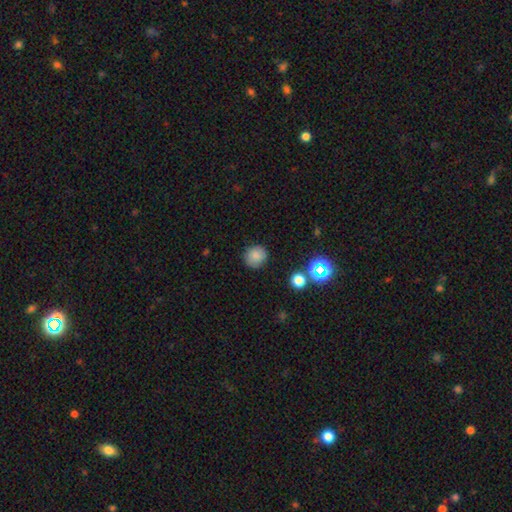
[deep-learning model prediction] A smooth galaxy with no disk features (83%) that is round (87%).

Vote fractions:
- Smooth or featured? smooth: 83% / star or artifact: 12% / featured or disk: 6%
- How rounded? round: 87% / in between: 12% / cigar-shaped: 1%
- Merging? none: 86% / minor disturbance: 10% / major disturbance: 3% / merger: 2%